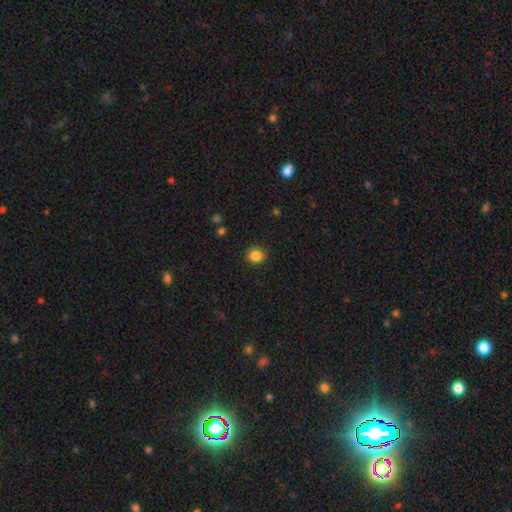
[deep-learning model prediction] Smooth or featured? Predicted: smooth (p=0.85). How rounded? Predicted: round (p=0.75). Merging? Predicted: none (p=0.89).